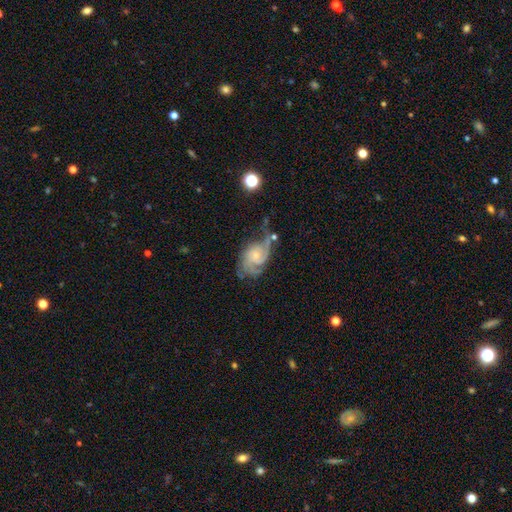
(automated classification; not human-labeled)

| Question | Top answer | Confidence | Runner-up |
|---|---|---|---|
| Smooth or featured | featured or disk | 85% | smooth (9%) |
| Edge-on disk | no | 98% | yes (2%) |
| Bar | no | 69% | weak (27%) |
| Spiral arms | yes | 97% | no (3%) |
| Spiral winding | medium | 43% | tight (40%) |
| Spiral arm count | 2 | 36% | 3 (28%) |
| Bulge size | small | 67% | moderate (28%) |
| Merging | none | 43% | minor disturbance (25%) |